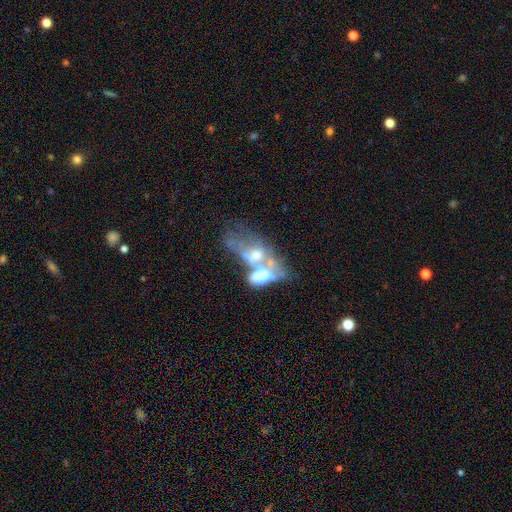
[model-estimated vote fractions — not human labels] featured or disk 53%, smooth 30%, star or artifact 16%. Down the decision tree: edge-on disk — no (94%); bar — no (89%); spiral arms — no (92%); bulge size — moderate (41%); merging — merger (61%).